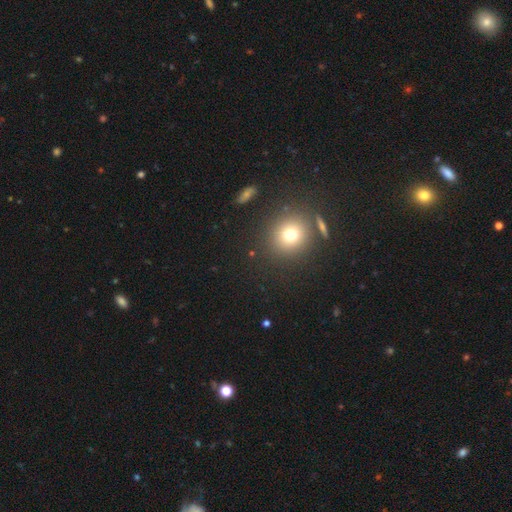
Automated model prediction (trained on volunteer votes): A smooth galaxy with no disk features (58%) that is round (88%).

Vote fractions:
- Smooth or featured? smooth: 58% / star or artifact: 34% / featured or disk: 8%
- How rounded? round: 88% / in between: 11% / cigar-shaped: 1%
- Merging? none: 86% / minor disturbance: 7% / merger: 4% / major disturbance: 3%